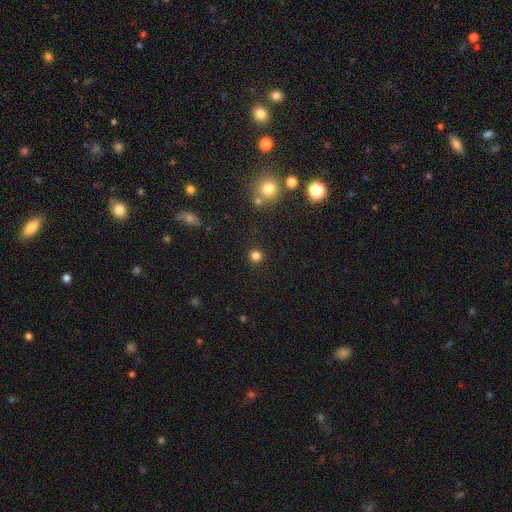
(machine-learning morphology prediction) Smooth or featured? smooth (80%)
How rounded? round (92%)
Merging? none (89%)